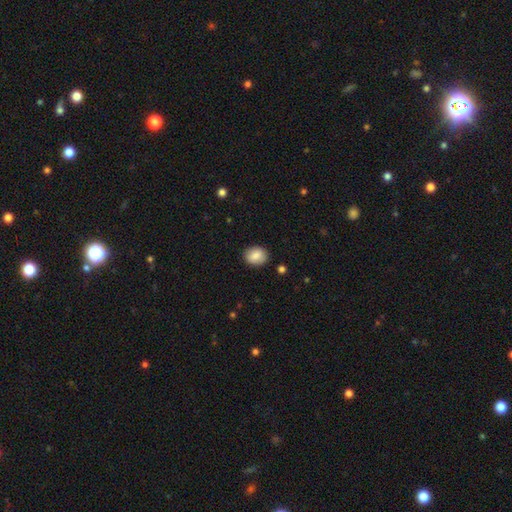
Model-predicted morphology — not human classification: This appears to be a smooth galaxy with no disk features (85%) that is round (51%). Merging: none (87%).